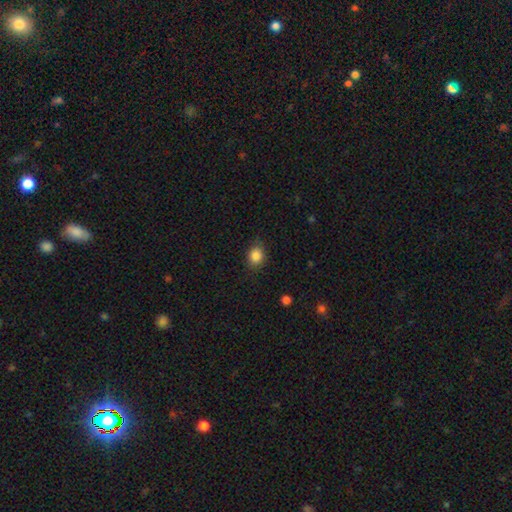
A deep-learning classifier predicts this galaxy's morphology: type=smooth (86%); roundness=round (62%); merging=none (82%).